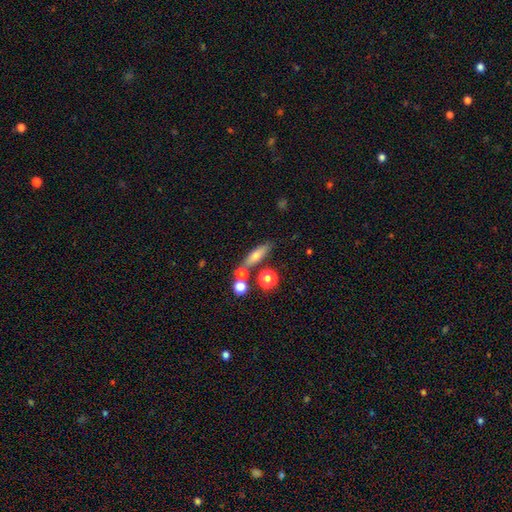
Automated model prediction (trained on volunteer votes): This is likely a smooth galaxy (61%). How rounded: possibly cigar-shaped (57%). Merging: likely none (69%).